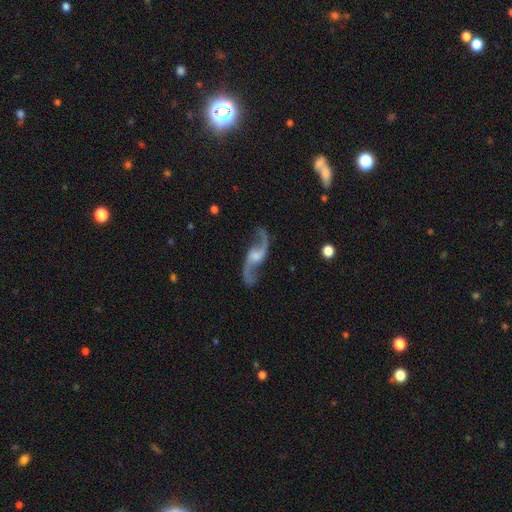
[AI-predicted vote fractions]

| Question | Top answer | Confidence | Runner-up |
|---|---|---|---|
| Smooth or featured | featured or disk | 91% | star or artifact (5%) |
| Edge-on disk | no | 95% | yes (5%) |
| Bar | no | 46% | weak (43%) |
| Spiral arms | yes | 98% | no (2%) |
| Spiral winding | loose | 83% | medium (14%) |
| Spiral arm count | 2 | 94% | 1 (1%) |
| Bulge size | moderate | 36% | small (33%) |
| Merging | none | 82% | minor disturbance (11%) |